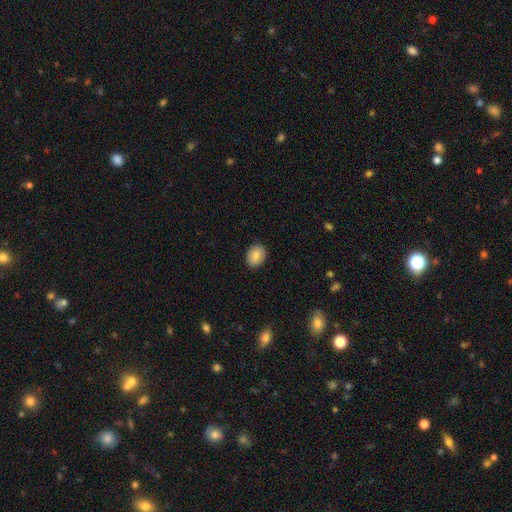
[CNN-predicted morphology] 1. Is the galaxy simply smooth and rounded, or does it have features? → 84% smooth, 8% featured or disk, 8% star or artifact.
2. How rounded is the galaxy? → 56% in between, 43% round, 1% cigar-shaped.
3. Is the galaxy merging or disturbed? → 88% none, 9% minor disturbance, 2% major disturbance, 1% merger.